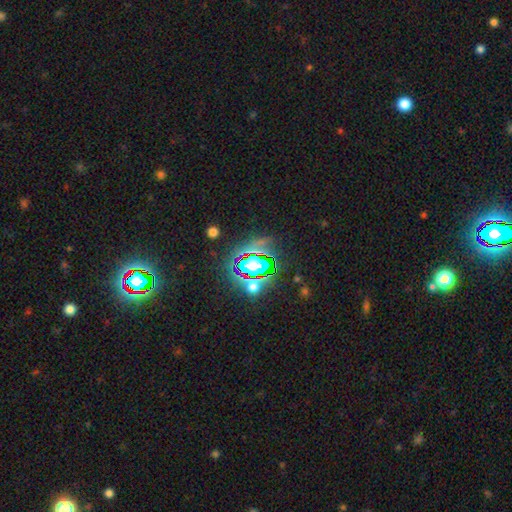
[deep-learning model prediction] smooth-or-featured: star or artifact: 82% | smooth: 10% | featured or disk: 8%